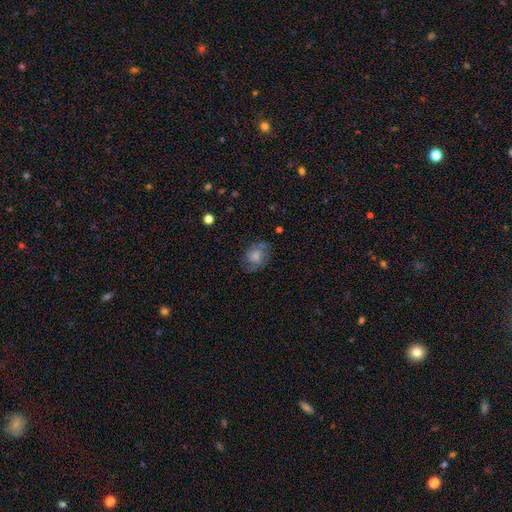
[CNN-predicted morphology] This appears to be a smooth galaxy with no disk features (61%) that is round (52%). Merging: none (67%).